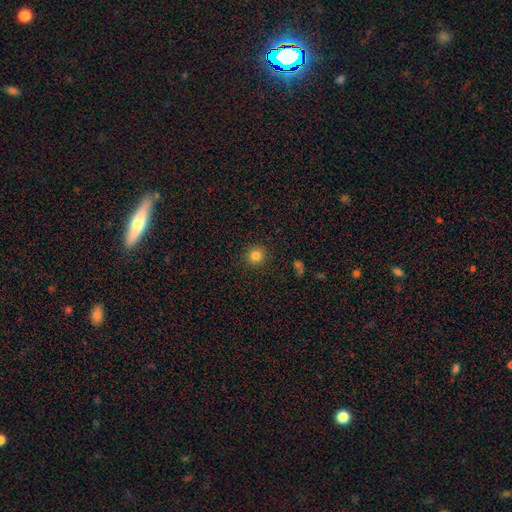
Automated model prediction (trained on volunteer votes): This appears to be a smooth galaxy with no disk features (83%) that is round (94%). Merging: none (91%).